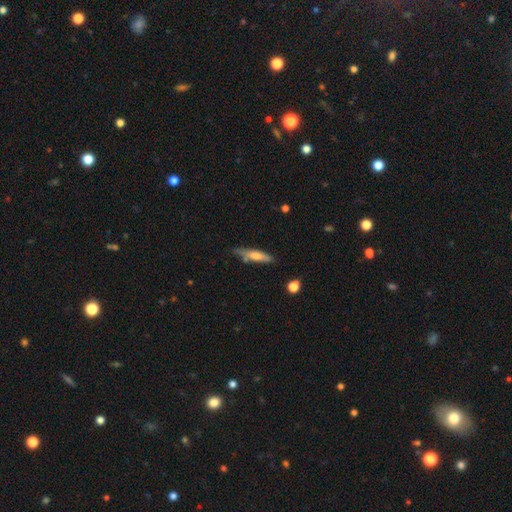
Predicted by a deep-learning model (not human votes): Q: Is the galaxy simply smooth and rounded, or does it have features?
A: smooth — 58%.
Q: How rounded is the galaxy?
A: cigar-shaped — 77%.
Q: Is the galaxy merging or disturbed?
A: none — 64%.